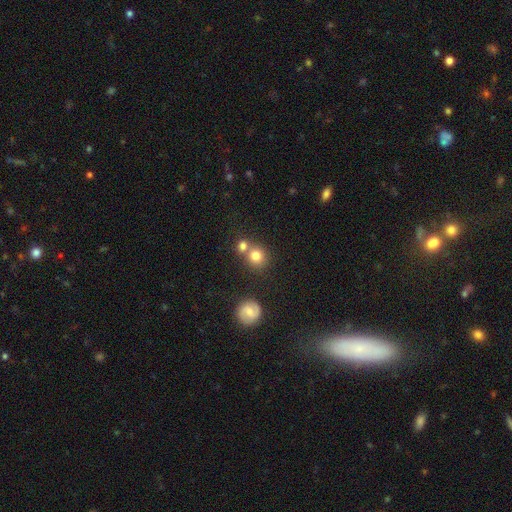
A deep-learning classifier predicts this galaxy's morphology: type=smooth (79%); roundness=round (86%); merging=none (58%).